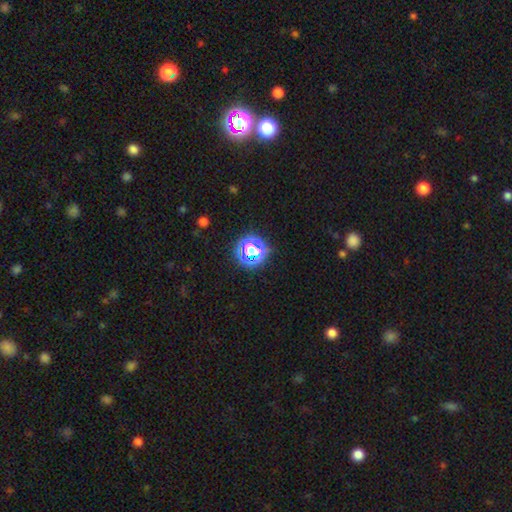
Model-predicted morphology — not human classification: Smooth or featured? star or artifact (61%)